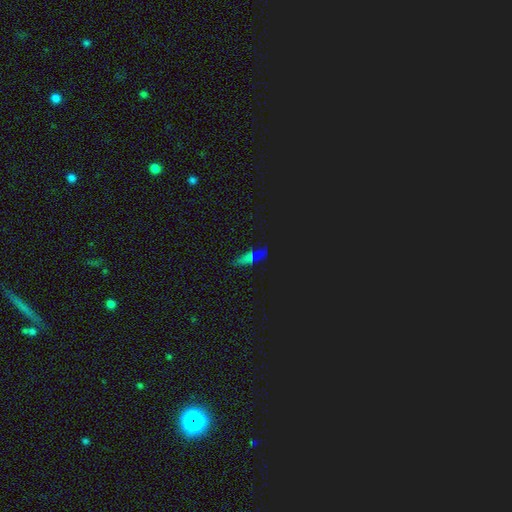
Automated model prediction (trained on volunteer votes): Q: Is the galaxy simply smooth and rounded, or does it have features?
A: smooth — 45%.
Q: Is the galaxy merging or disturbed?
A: none — 76%.